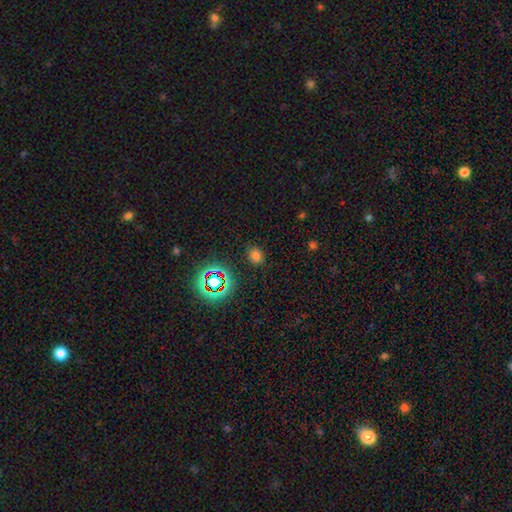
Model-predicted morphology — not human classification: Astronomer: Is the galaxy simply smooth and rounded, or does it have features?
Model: smooth — 67%.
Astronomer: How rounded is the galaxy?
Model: round — 64%.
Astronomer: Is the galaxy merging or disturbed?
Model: none — 85%.